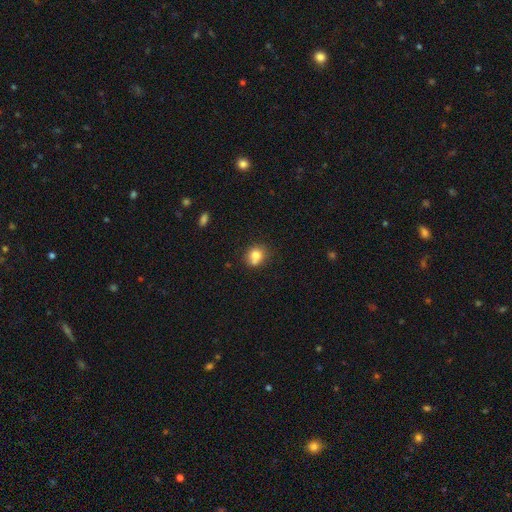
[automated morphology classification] smooth-or-featured: smooth: 76% | featured or disk: 13% | star or artifact: 11%
  how-rounded: round: 75% | in between: 24% | cigar-shaped: 1%
  merging: none: 56% | merger: 23% | minor disturbance: 17% | major disturbance: 5%